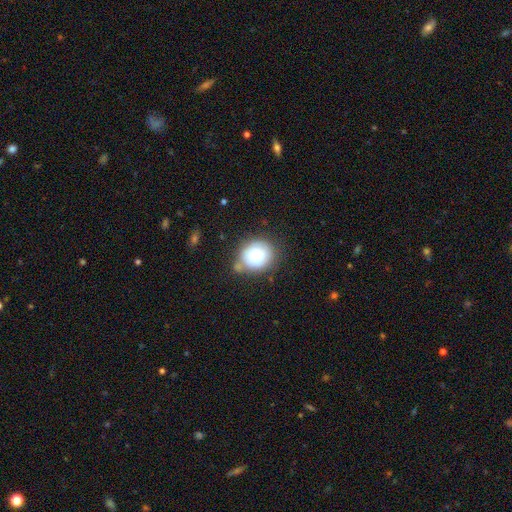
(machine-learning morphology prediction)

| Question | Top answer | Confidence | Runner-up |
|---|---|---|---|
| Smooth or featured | smooth | 79% | featured or disk (13%) |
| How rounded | round | 75% | in between (24%) |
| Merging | none | 62% | minor disturbance (21%) |